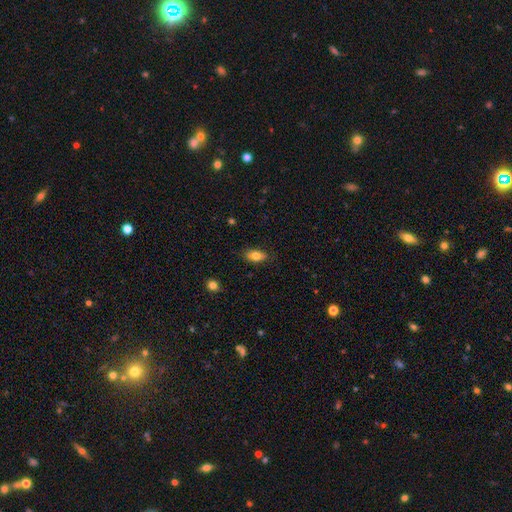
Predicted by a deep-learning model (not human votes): Smooth or featured? smooth (80%)
How rounded? in between (88%)
Merging? none (82%)